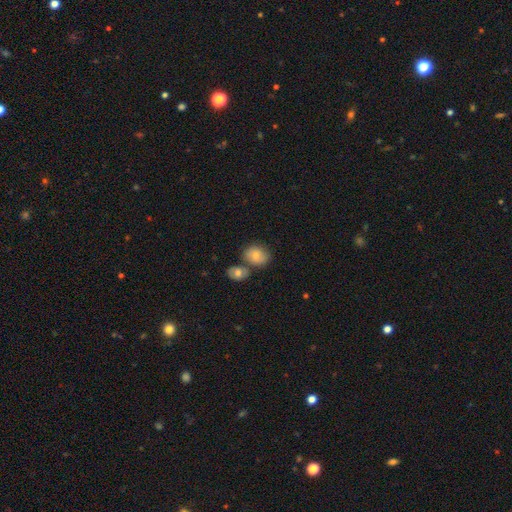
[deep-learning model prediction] This appears to be a smooth galaxy with no disk features (77%) that is in between round and cigar-shaped (60%). Merging: none (51%).